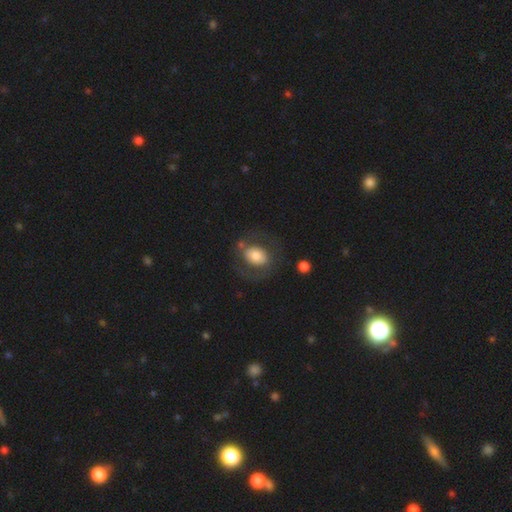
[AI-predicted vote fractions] This is possibly a smooth galaxy (59%). How rounded: possibly in between (55%). Merging: likely none (66%).